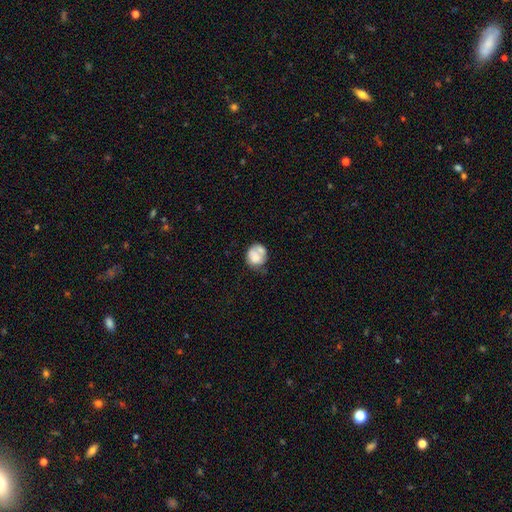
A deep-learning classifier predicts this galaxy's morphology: smooth 69%, featured or disk 22%, star or artifact 8%. Down the decision tree: how rounded — round (69%); merging — none (36%).